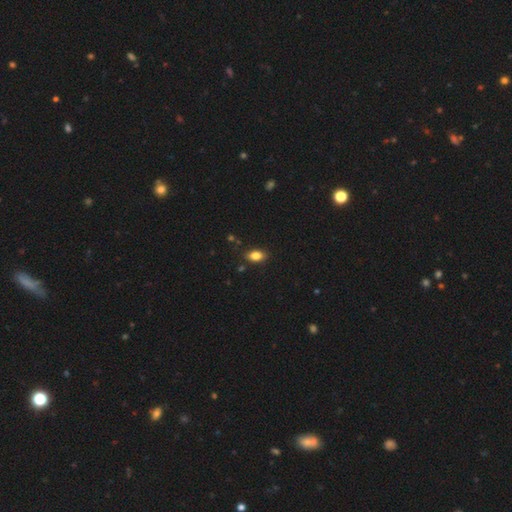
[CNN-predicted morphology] Q: Smooth or featured?
A: smooth (84%); runner-up: star or artifact (9%)
Q: How rounded?
A: in between (87%); runner-up: round (11%)
Q: Merging?
A: none (86%); runner-up: minor disturbance (11%)